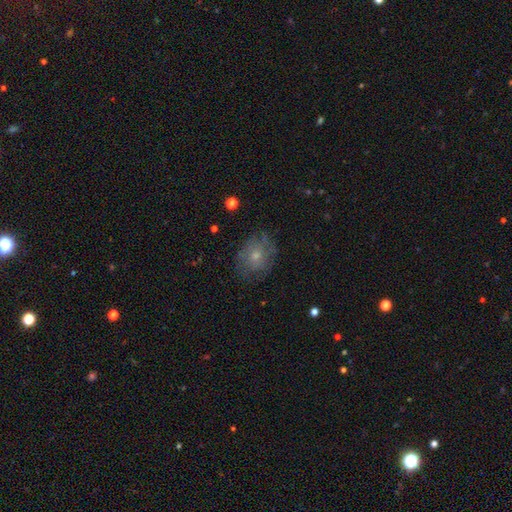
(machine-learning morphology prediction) A smooth galaxy with no disk features (53%) that is round (62%).

Vote fractions:
- Smooth or featured? smooth: 53% / featured or disk: 36% / star or artifact: 11%
- How rounded? round: 62% / in between: 37% / cigar-shaped: 1%
- Merging? none: 68% / minor disturbance: 21% / major disturbance: 10% / merger: 1%